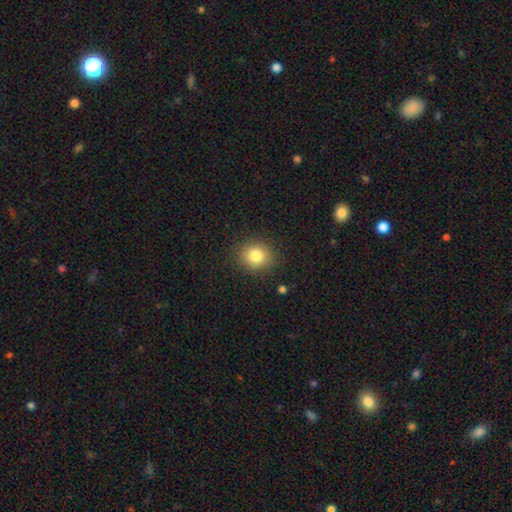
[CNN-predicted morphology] Overall: smooth (82%). How rounded: round (82%). Merging: none (88%).